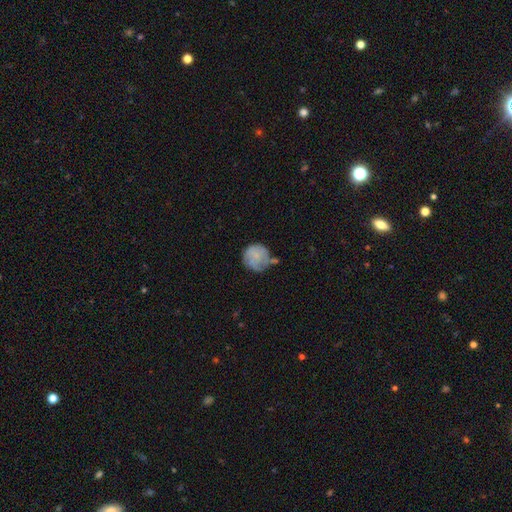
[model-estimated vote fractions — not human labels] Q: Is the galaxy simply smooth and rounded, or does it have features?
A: smooth — 61%.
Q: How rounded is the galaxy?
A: round — 90%.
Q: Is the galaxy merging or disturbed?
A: none — 49%.